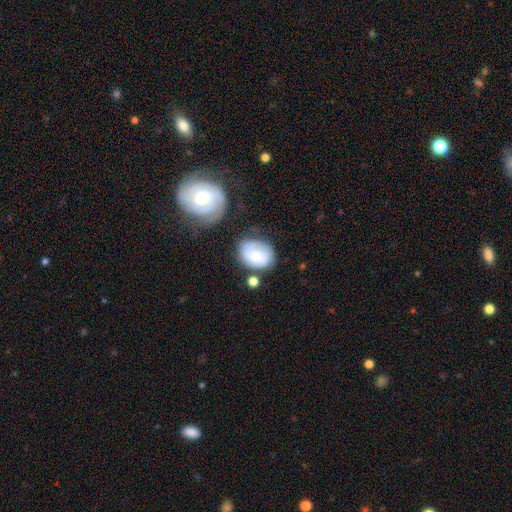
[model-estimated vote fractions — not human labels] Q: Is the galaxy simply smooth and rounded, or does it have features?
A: smooth — 57%.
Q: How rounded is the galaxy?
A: in between — 54%.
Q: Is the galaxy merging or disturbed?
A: none — 57%.